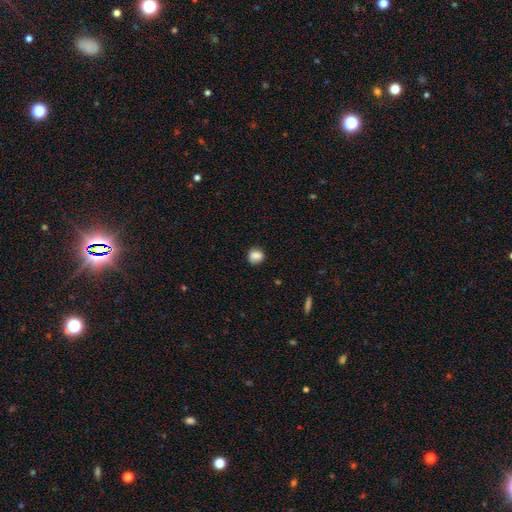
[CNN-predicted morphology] Smooth or featured?
  - smooth: 86% *
  - star or artifact: 9%
  - featured or disk: 5%
How rounded?
  - round: 78% *
  - in between: 20%
  - cigar-shaped: 1%
Merging?
  - none: 84% *
  - minor disturbance: 12%
  - major disturbance: 3%
  - merger: 1%